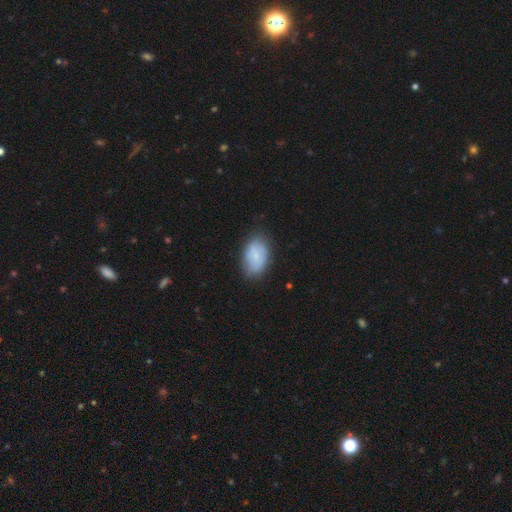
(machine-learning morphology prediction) This is likely a smooth galaxy (71%). How rounded: clearly in between (90%). Merging: likely none (73%).